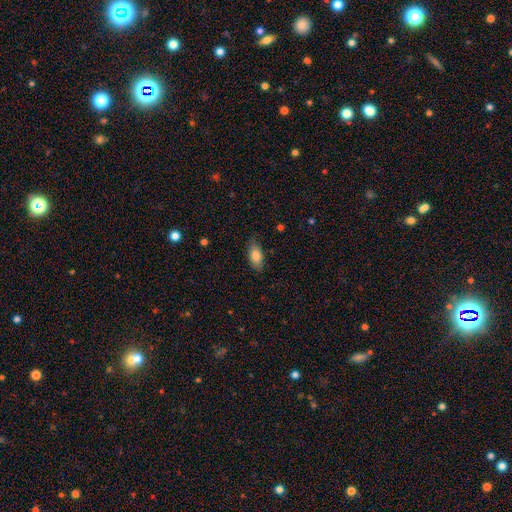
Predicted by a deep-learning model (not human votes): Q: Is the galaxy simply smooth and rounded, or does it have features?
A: smooth — 82%.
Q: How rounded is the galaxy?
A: in between — 89%.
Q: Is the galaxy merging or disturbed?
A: none — 80%.